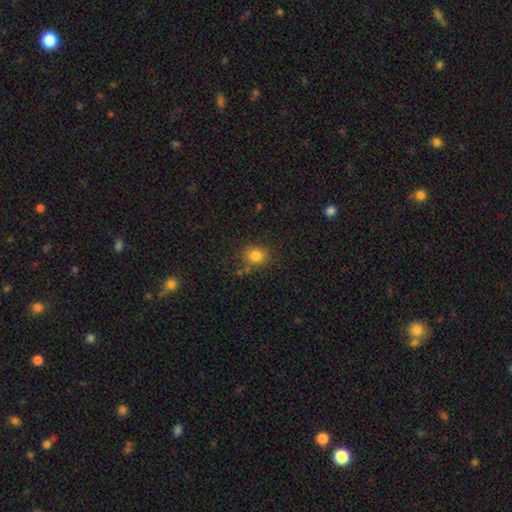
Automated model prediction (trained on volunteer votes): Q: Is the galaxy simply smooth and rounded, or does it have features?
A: smooth — 82%.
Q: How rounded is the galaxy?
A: round — 68%.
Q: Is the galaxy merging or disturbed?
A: none — 78%.